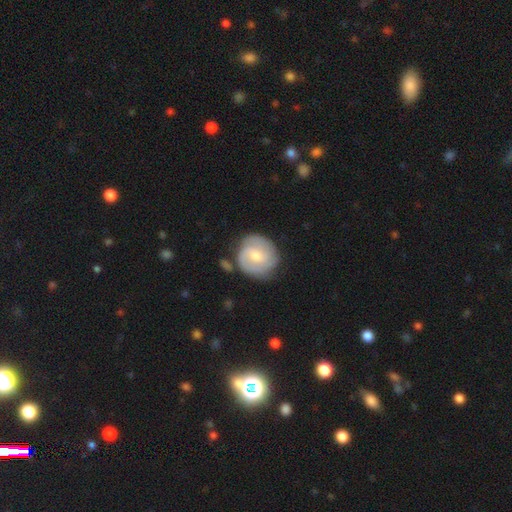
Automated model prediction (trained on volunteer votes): Smooth or featured? featured or disk (61%)
Edge-on disk? no (97%)
Bar? no (47%)
Spiral arms? yes (88%)
Spiral winding? tight (50%)
Spiral arm count? 2 (46%)
Bulge size? moderate (58%)
Merging? none (71%)